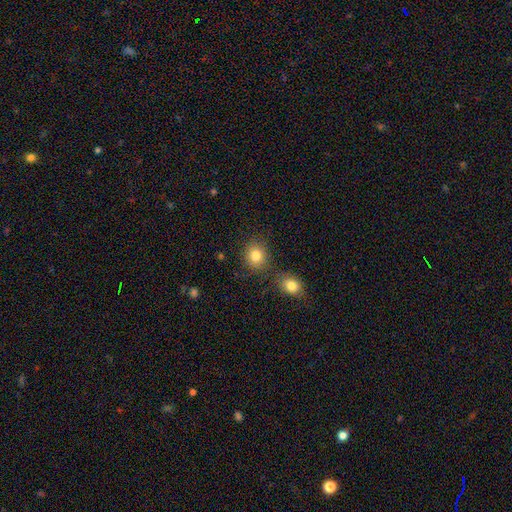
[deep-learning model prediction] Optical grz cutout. It shows a smooth galaxy with no disk features (83%) that is round (80%). Merging: none (78%).